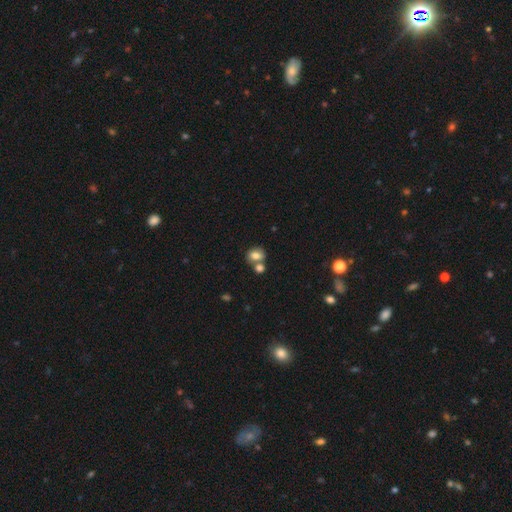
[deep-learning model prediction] Overall: smooth (77%). How rounded: in between (56%; round 43%). Merging: none (44%; merger 40%).